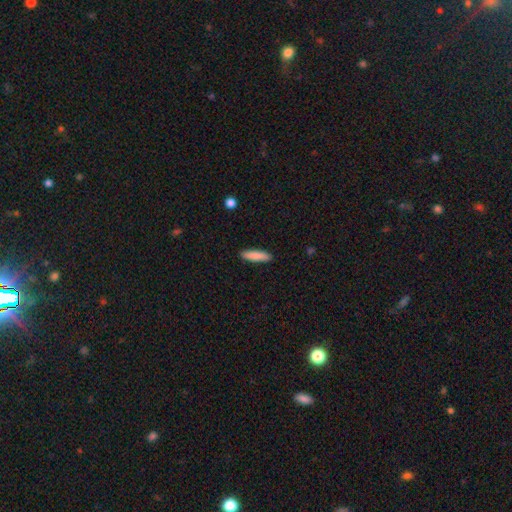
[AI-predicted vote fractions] This is clearly a smooth galaxy (87%). How rounded: likely cigar-shaped (77%). Merging: clearly none (91%).